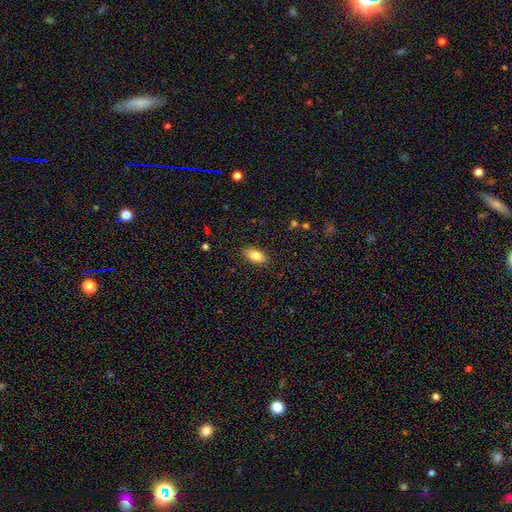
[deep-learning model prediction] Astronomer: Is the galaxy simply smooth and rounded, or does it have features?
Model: smooth — 83%.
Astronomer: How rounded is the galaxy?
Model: in between — 90%.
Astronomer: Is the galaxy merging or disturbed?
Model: none — 87%.